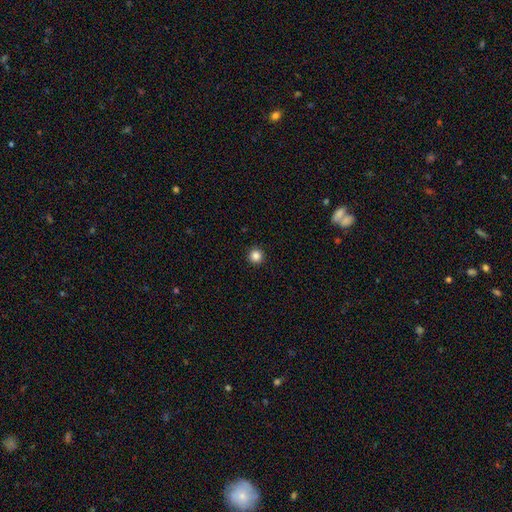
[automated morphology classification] This appears to be a smooth galaxy with no disk features (85%) that is round (96%). Merging: none (94%).